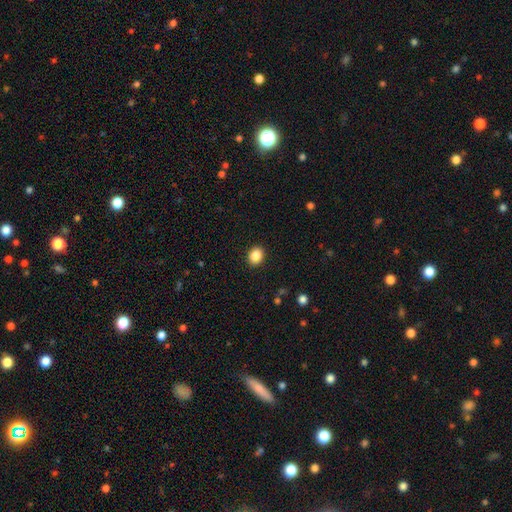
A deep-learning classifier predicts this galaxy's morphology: The model was most divided on "how rounded": round: 50%, in between: 49%, cigar-shaped: 1%. More confident: merging — none (91%); smooth or featured — smooth (87%).